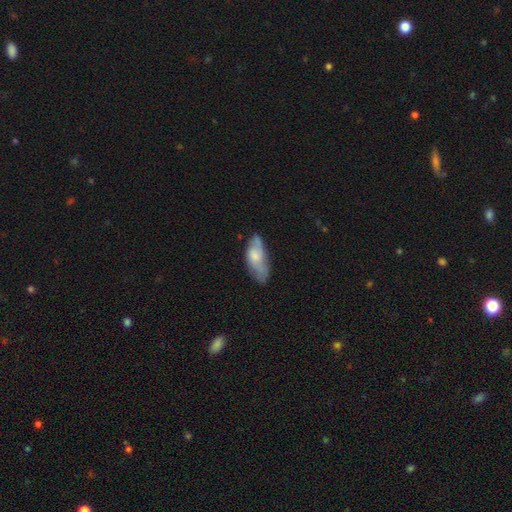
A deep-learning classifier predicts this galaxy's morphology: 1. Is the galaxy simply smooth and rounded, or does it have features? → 55% smooth, 38% featured or disk, 7% star or artifact.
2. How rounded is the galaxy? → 78% in between, 20% cigar-shaped, 2% round.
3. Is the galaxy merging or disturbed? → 51% none, 33% minor disturbance, 13% major disturbance, 3% merger.